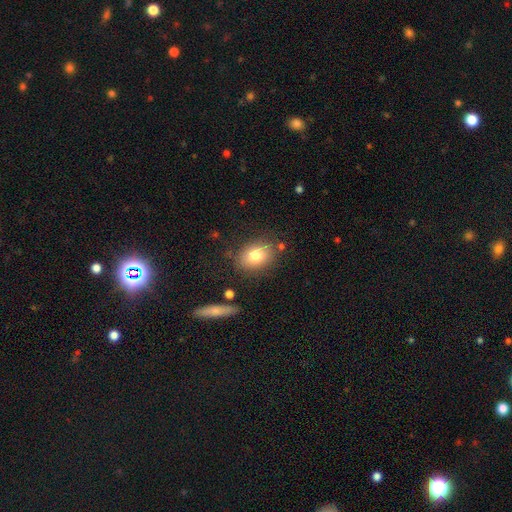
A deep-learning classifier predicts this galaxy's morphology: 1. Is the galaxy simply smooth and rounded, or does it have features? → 78% smooth, 13% featured or disk, 9% star or artifact.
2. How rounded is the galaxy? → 68% in between, 31% round, 1% cigar-shaped.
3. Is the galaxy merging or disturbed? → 78% none, 14% minor disturbance, 4% major disturbance, 4% merger.